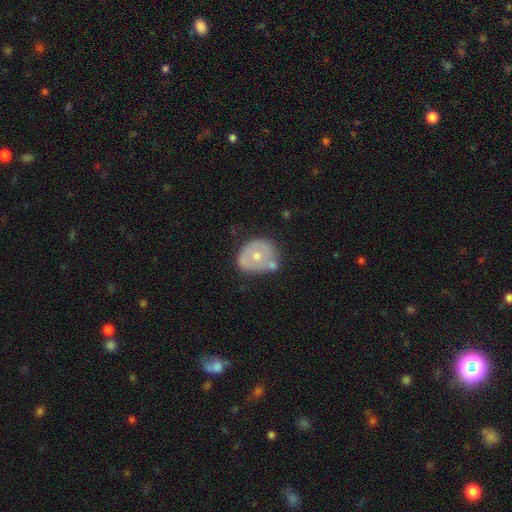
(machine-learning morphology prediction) A smooth galaxy with no disk features (52%) that is round (67%).

Vote fractions:
- Smooth or featured? smooth: 52% / featured or disk: 41% / star or artifact: 7%
- How rounded? round: 67% / in between: 32% / cigar-shaped: 1%
- Merging? none: 44% / minor disturbance: 25% / merger: 24% / major disturbance: 8%